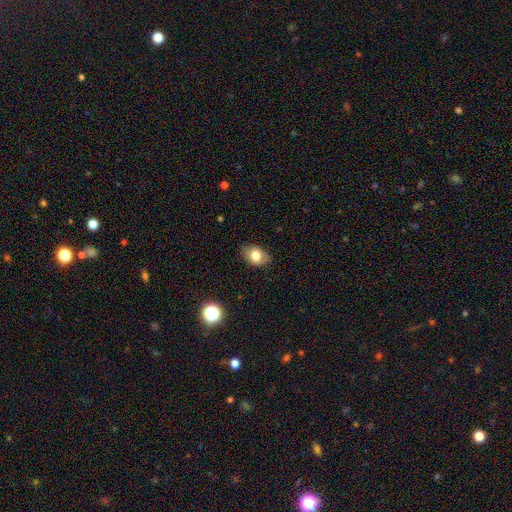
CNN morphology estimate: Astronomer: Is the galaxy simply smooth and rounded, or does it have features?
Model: smooth — 76%.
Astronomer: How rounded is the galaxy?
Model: in between — 76%.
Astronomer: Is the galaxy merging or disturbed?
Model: none — 83%.